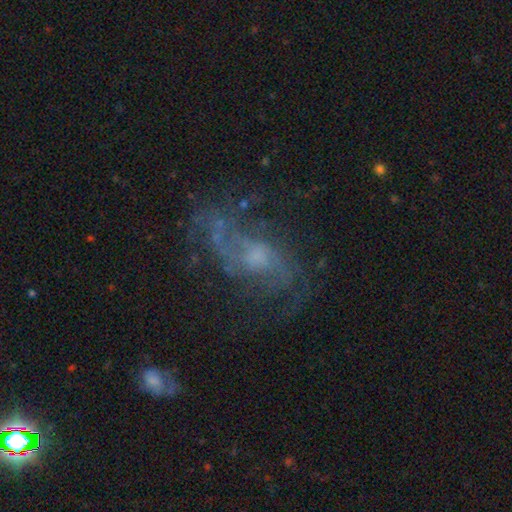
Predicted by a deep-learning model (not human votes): A featured or disk galaxy (76%) with no bar (60%), 2 (46%) loose (46%) spiral arms (81%) and a small central bulge (37%). Merging: none (54%).